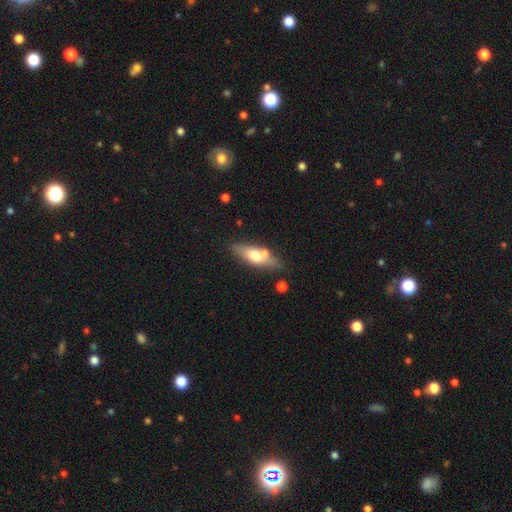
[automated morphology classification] Overall: smooth (54%; featured or disk 40%). How rounded: in between (53%; cigar-shaped 44%). Merging: none (69%).